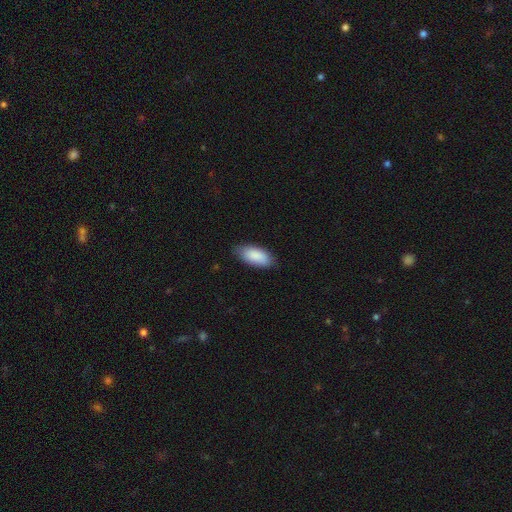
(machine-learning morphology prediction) Q: Smooth or featured?
A: smooth (89%); runner-up: star or artifact (6%)
Q: How rounded?
A: in between (90%); runner-up: cigar-shaped (8%)
Q: Merging?
A: none (80%); runner-up: minor disturbance (16%)